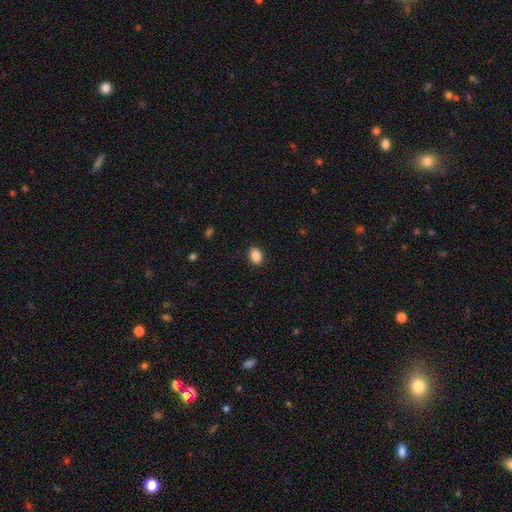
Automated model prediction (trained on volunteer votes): A smooth galaxy with no disk features (89%) that is in between round and cigar-shaped (78%). Merging: none (89%).